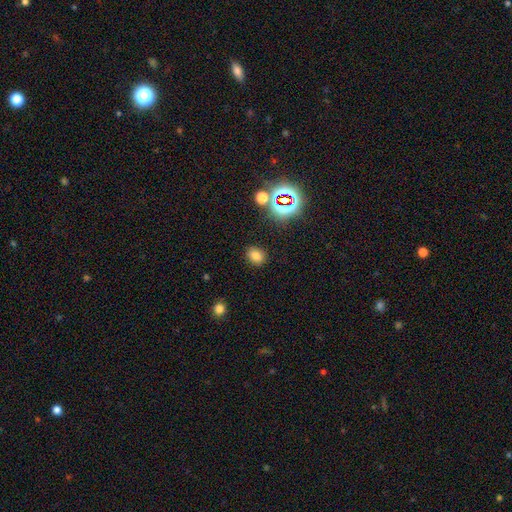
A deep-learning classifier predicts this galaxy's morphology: A smooth galaxy with no disk features (75%) that is in between round and cigar-shaped (56%). Merging: none (85%).